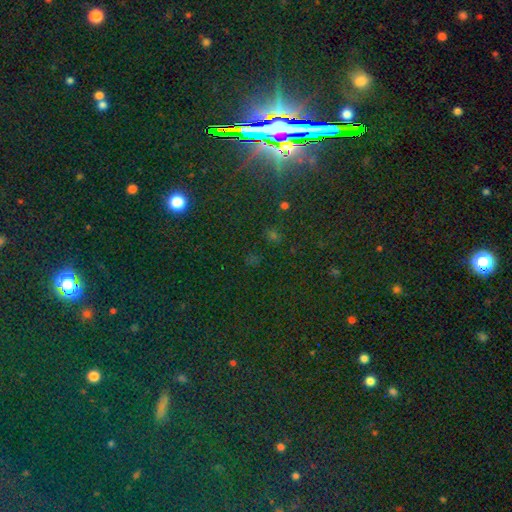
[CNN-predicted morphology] smooth_or_featured: star or artifact (p=0.81) [alt: smooth p=0.10]